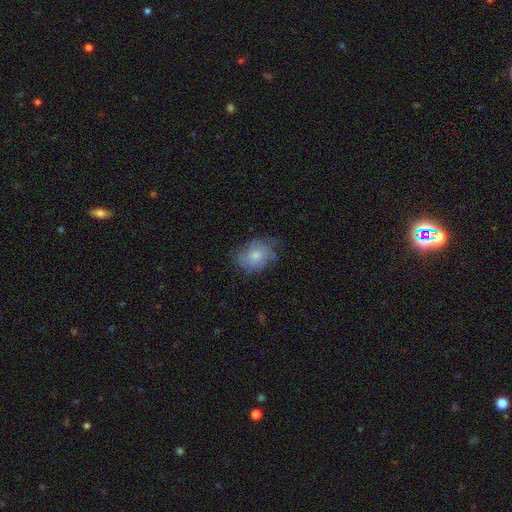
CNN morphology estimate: Q: Smooth or featured?
A: smooth (59%); runner-up: featured or disk (33%)
Q: How rounded?
A: in between (53%); runner-up: round (46%)
Q: Merging?
A: none (55%); runner-up: minor disturbance (30%)